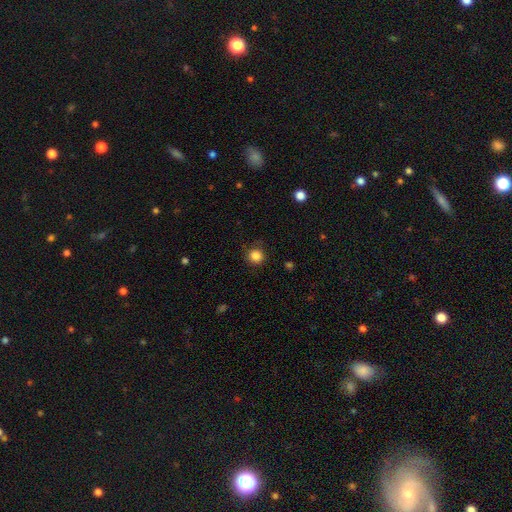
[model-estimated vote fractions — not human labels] Q: Smooth or featured?
A: smooth (85%); runner-up: star or artifact (11%)
Q: How rounded?
A: round (94%); runner-up: in between (5%)
Q: Merging?
A: none (88%); runner-up: minor disturbance (9%)